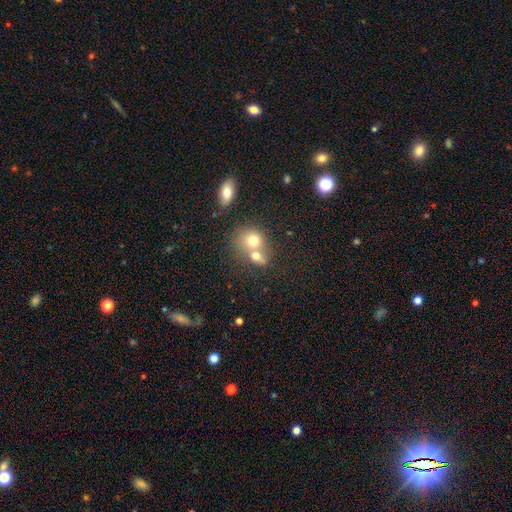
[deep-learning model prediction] smooth-or-featured: smooth: 70% | featured or disk: 18% | star or artifact: 12%
  how-rounded: round: 62% | in between: 37% | cigar-shaped: 1%
  merging: merger: 65% | none: 24% | minor disturbance: 7% | major disturbance: 4%